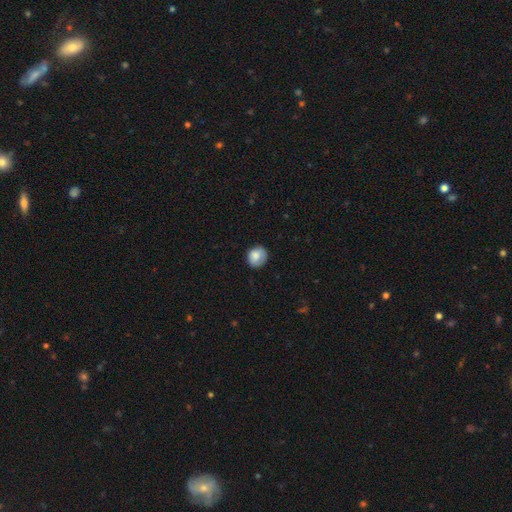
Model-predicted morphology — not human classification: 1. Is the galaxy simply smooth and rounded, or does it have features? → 83% smooth, 9% featured or disk, 8% star or artifact.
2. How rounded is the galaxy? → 78% round, 21% in between, 1% cigar-shaped.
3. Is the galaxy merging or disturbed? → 74% none, 20% minor disturbance, 5% major disturbance, 1% merger.